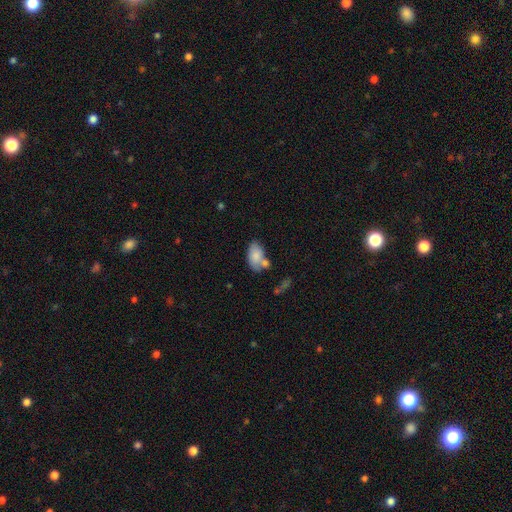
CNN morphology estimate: Smooth or featured?
  - smooth: 78% *
  - featured or disk: 15%
  - star or artifact: 7%
How rounded?
  - in between: 92% *
  - round: 6%
  - cigar-shaped: 2%
Merging?
  - none: 43% *
  - merger: 30%
  - minor disturbance: 20%
  - major disturbance: 7%